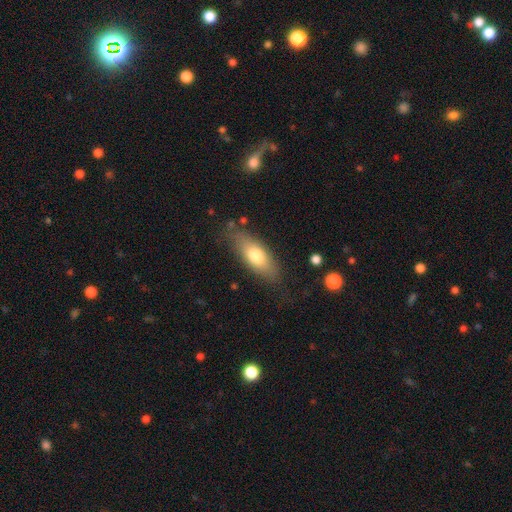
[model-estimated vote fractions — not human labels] smooth_or_featured: smooth (p=0.72) [alt: featured or disk p=0.22]
how_rounded: in between (p=0.74) [alt: cigar-shaped p=0.23]
merging: none (p=0.77) [alt: minor disturbance p=0.16]